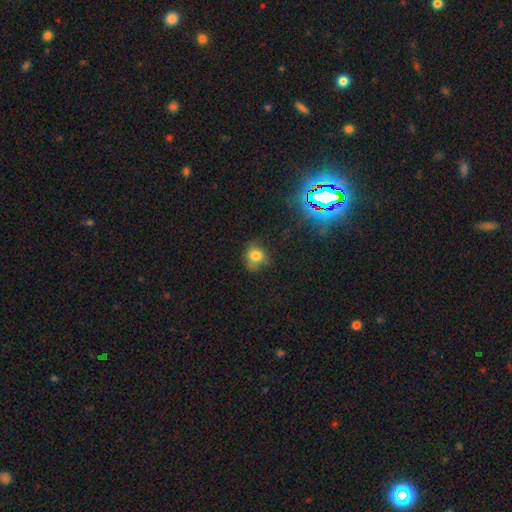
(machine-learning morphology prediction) Smooth or featured: smooth — 73% (star or artifact — 16%)
How rounded: round — 67% (in between — 31%)
Merging: none — 60% (minor disturbance — 27%)